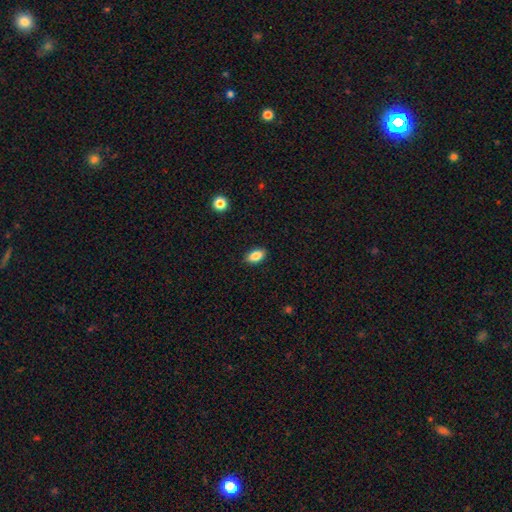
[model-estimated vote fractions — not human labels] Smooth or featured?
  - smooth: 85% *
  - star or artifact: 8%
  - featured or disk: 7%
How rounded?
  - in between: 91% *
  - round: 6%
  - cigar-shaped: 3%
Merging?
  - none: 89% *
  - minor disturbance: 8%
  - major disturbance: 2%
  - merger: 1%